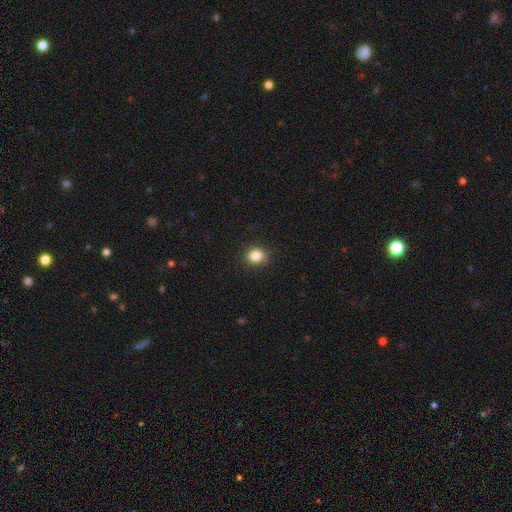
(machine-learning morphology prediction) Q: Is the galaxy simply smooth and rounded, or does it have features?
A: smooth — 83%.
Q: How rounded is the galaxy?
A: round — 70%.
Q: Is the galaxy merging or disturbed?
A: none — 90%.